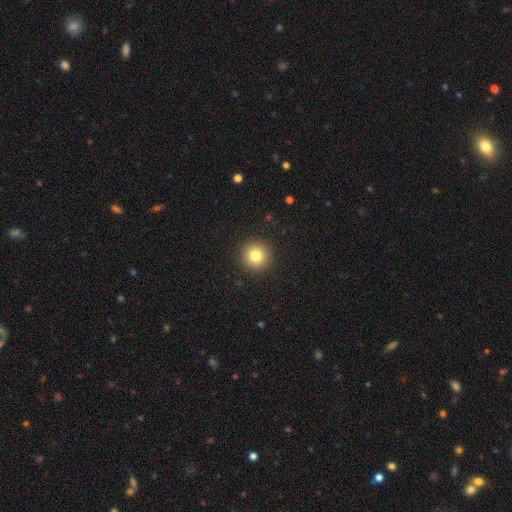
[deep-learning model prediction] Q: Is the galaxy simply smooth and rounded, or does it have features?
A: smooth — 81%.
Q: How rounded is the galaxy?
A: round — 96%.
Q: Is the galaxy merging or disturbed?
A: none — 92%.